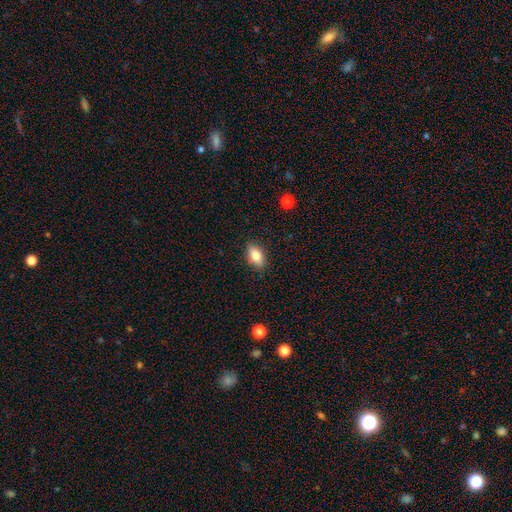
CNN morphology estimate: smooth 81%, featured or disk 11%, star or artifact 8%. Down the decision tree: how rounded — in between (88%); merging — none (87%).